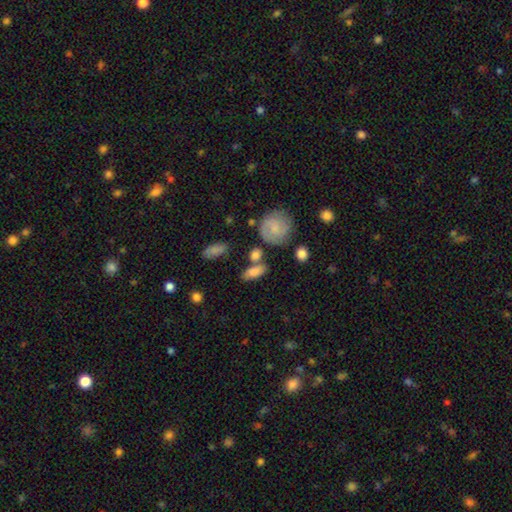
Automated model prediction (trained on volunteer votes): smooth 60%, featured or disk 30%, star or artifact 10%. Down the decision tree: how rounded — in between (55%); merging — none (68%).